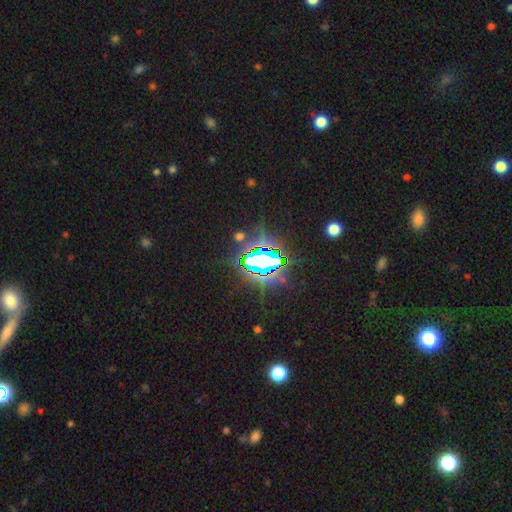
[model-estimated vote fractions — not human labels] Q: Smooth or featured?
A: star or artifact (77%); runner-up: smooth (12%)